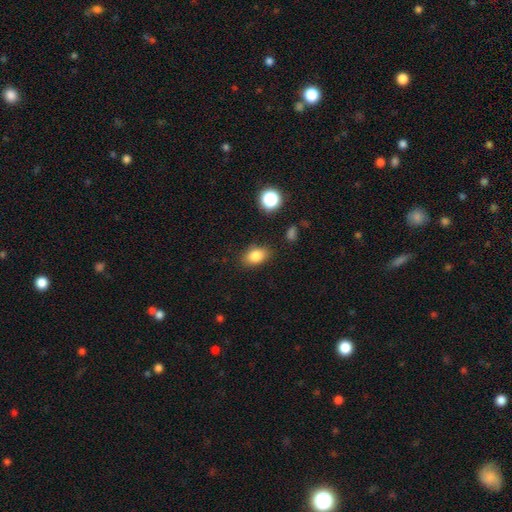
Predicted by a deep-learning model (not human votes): Morphology: type=smooth (82%); roundness=in between (81%); merging=none (82%).